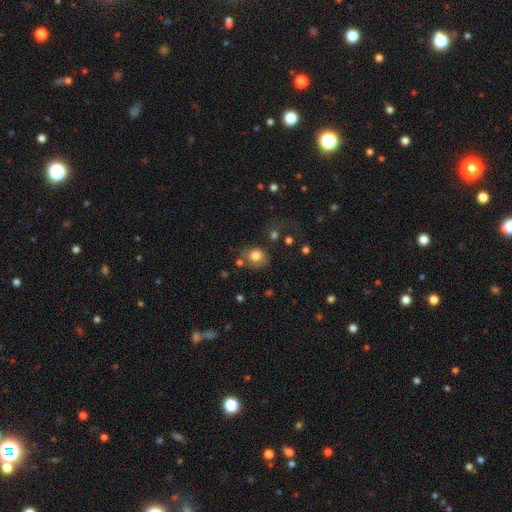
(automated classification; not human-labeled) Smooth or featured?
  - smooth: 80% *
  - star or artifact: 11%
  - featured or disk: 9%
How rounded?
  - round: 72% *
  - in between: 28%
  - cigar-shaped: 1%
Merging?
  - none: 62% *
  - minor disturbance: 18%
  - merger: 10%
  - major disturbance: 10%